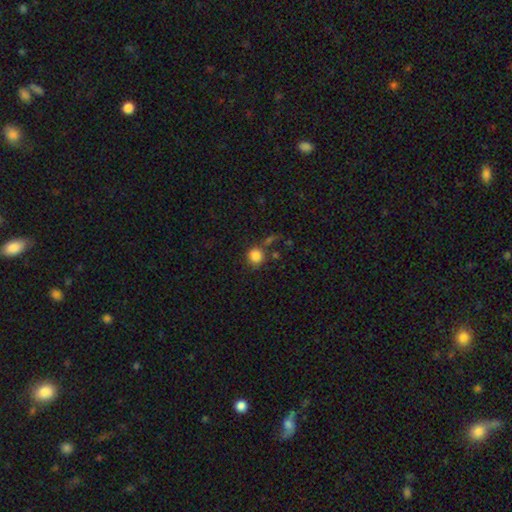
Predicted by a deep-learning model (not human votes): Morphology: type=smooth (84%); roundness=round (88%); merging=none (62%).